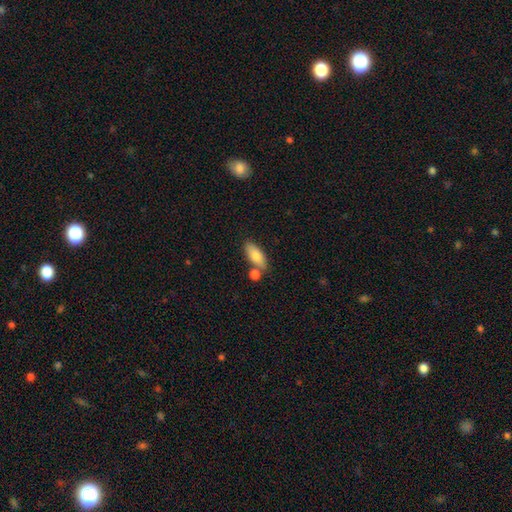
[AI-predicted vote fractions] Morphology: type=smooth (81%); roundness=in between (81%); merging=none (65%).